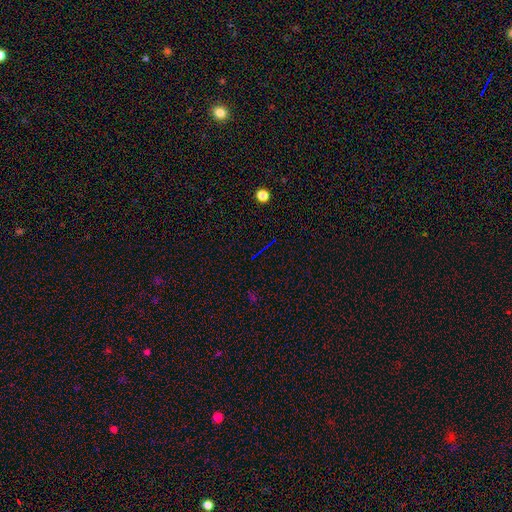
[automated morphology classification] Smooth or featured?
  - star or artifact: 73% *
  - smooth: 15%
  - featured or disk: 12%